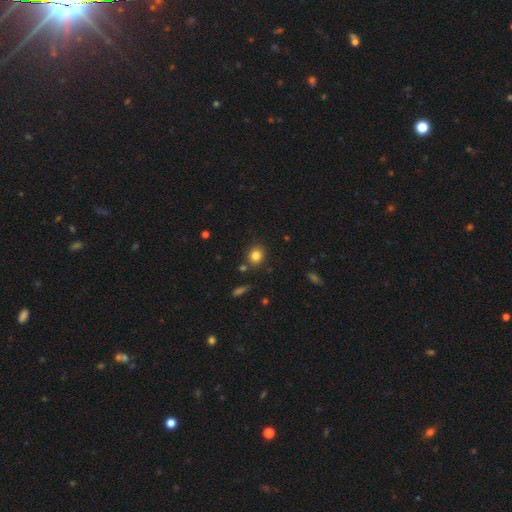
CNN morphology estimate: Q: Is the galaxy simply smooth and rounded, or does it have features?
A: smooth — 82%.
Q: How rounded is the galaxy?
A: round — 66%.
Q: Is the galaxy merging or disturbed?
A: none — 83%.